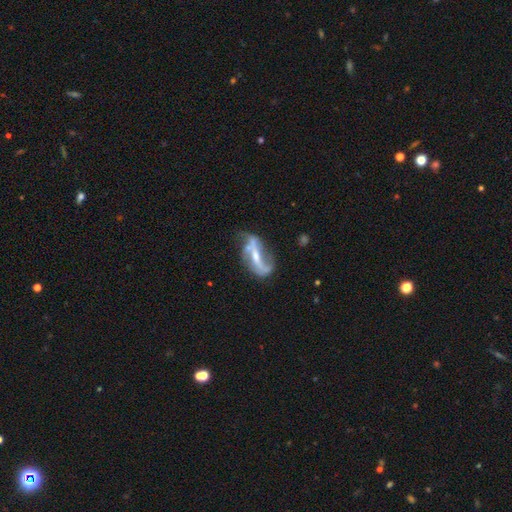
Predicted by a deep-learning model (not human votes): smooth_or_featured: featured or disk (p=0.82) [alt: smooth p=0.11]
disk_edge_on: no (p=0.92) [alt: yes p=0.08]
bar: strong (p=0.42) [alt: weak p=0.35]
has_spiral_arms: yes (p=0.88) [alt: no p=0.12]
spiral_winding: loose (p=0.78) [alt: medium p=0.17]
spiral_arm_count: 2 (p=0.84) [alt: can't tell p=0.06]
bulge_size: small (p=0.45) [alt: moderate p=0.44]
merging: none (p=0.49) [alt: minor disturbance p=0.23]